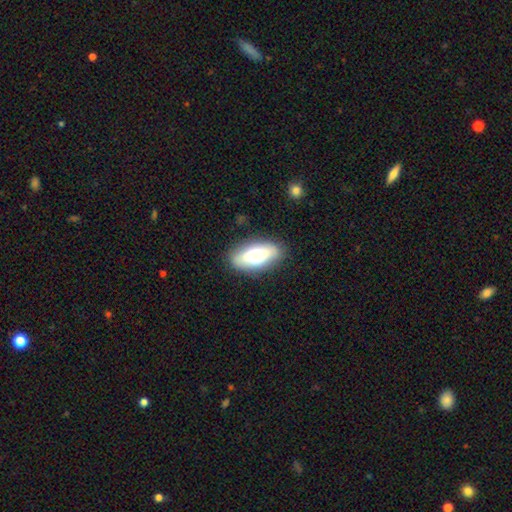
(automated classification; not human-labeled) This is likely a smooth galaxy (65%). How rounded: clearly in between (84%). Merging: clearly none (85%).